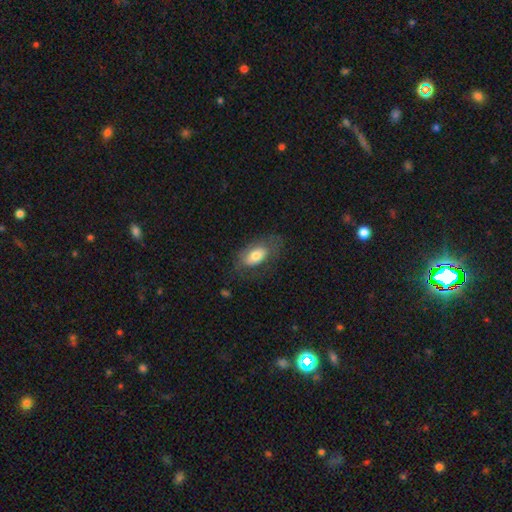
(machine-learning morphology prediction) smooth-or-featured: smooth: 71% | featured or disk: 22% | star or artifact: 7%
  how-rounded: in between: 89% | cigar-shaped: 6% | round: 5%
  merging: none: 64% | minor disturbance: 22% | major disturbance: 13% | merger: 1%